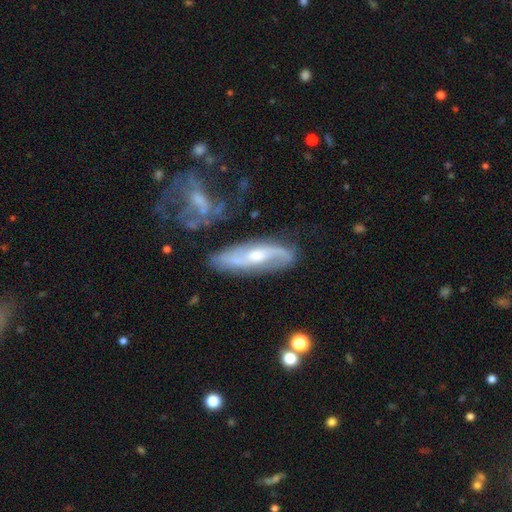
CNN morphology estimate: Smooth or featured: featured or disk — 80% (smooth — 14%)
Edge-on disk: no — 84% (yes — 16%)
Bar: no — 43% (weak — 41%)
Spiral arms: yes — 93% (no — 7%)
Spiral winding: medium — 41% (tied with loose — 41%)
Spiral arm count: 2 — 84% (can't tell — 9%)
Bulge size: moderate — 58% (small — 33%)
Merging: none — 69% (minor disturbance — 18%)